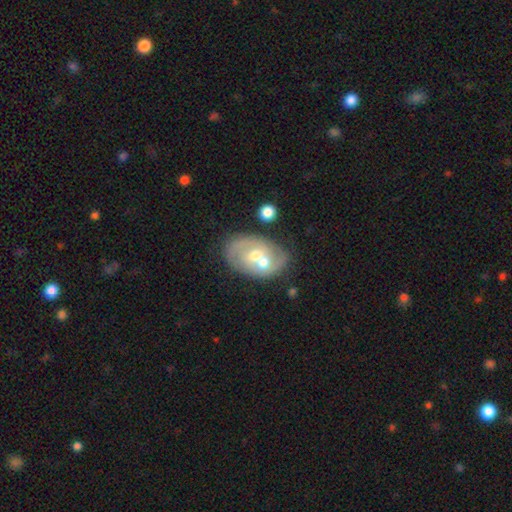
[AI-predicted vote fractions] A featured or disk galaxy (59%) with no bar (73%), no spiral arms (54%) and a moderate central bulge (67%).

Vote fractions:
- Smooth or featured? featured or disk: 59% / smooth: 34% / star or artifact: 7%
- Edge-on disk? no: 96% / yes: 4%
- Bar? no: 73% / weak: 22% / strong: 5%
- Spiral arms? no: 54% / yes: 46%
- Bulge size? moderate: 67% / small: 24% / large: 6% / none: 2% / dominant: 1%
- Merging? merger: 45% / none: 34% / minor disturbance: 14% / major disturbance: 7%